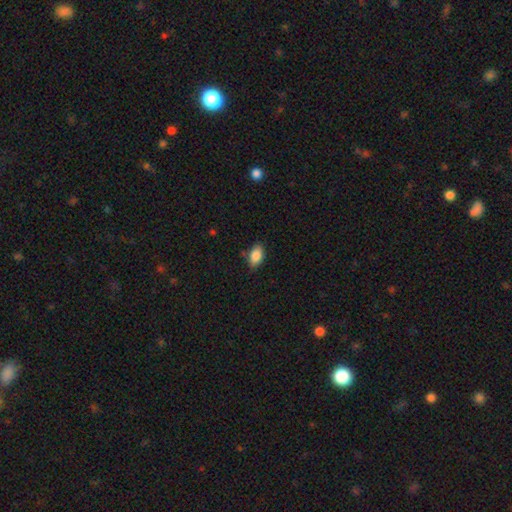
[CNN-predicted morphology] smooth_or_featured: smooth (p=0.86) [alt: star or artifact p=0.08]
how_rounded: in between (p=0.91) [alt: round p=0.07]
merging: none (p=0.79) [alt: minor disturbance p=0.16]